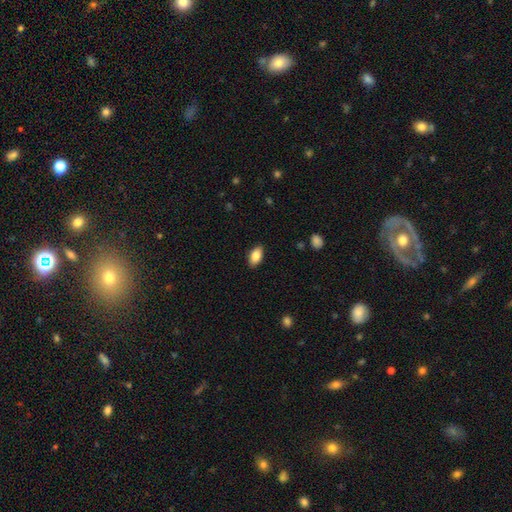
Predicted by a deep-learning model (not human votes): smooth_or_featured: smooth (p=0.84) [alt: featured or disk p=0.08]
how_rounded: in between (p=0.91) [alt: round p=0.05]
merging: none (p=0.87) [alt: minor disturbance p=0.09]